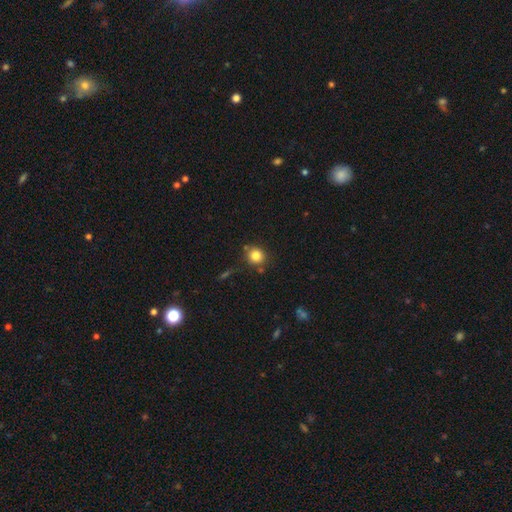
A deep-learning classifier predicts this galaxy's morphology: smooth 82%, star or artifact 11%, featured or disk 7%. Down the decision tree: how rounded — round (89%); merging — none (79%).